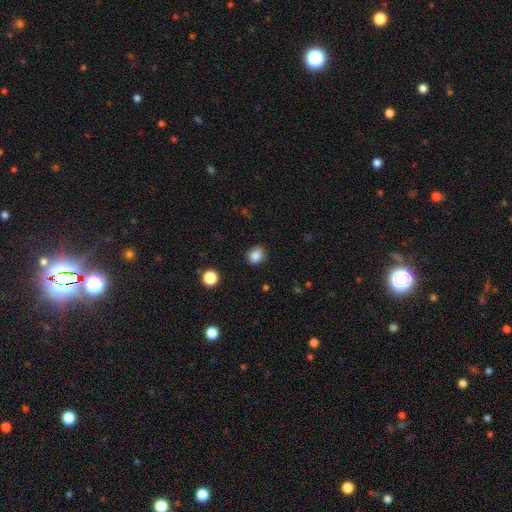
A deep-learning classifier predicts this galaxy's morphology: A smooth galaxy with no disk features (86%) that is round (58%). Merging: none (83%).